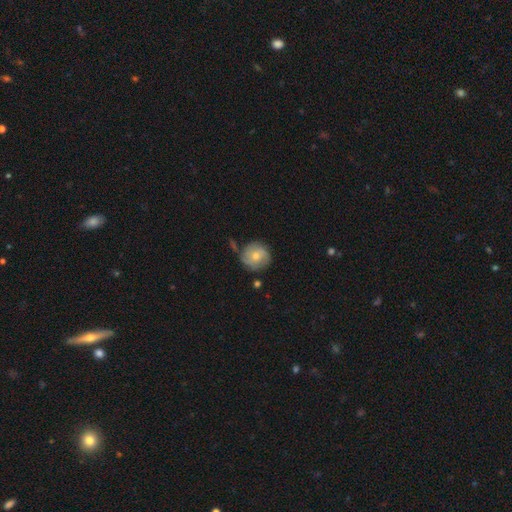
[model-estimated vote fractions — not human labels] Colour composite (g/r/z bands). It shows a smooth galaxy with no disk features (47%). Merging: none (65%).